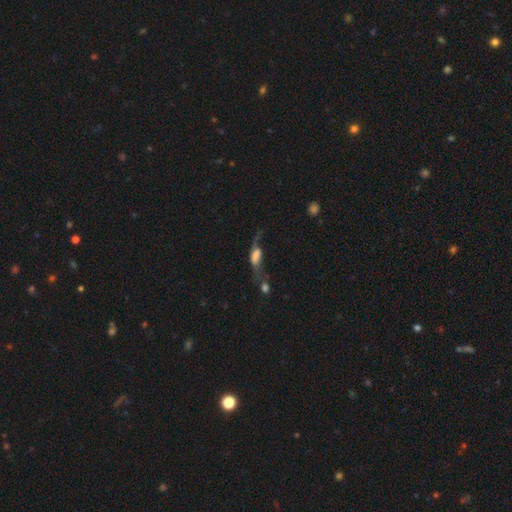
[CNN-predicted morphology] Overall: smooth (48%; featured or disk 41%). Merging: major disturbance (38%; merger 24%).